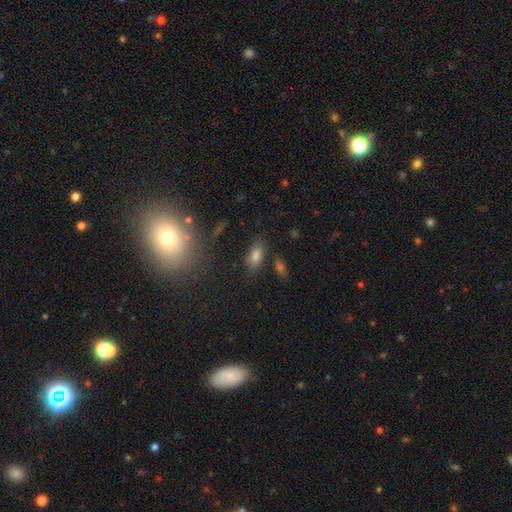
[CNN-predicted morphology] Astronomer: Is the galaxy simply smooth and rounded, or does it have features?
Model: smooth — 76%.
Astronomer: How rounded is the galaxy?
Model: in between — 88%.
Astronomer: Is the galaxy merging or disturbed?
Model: none — 77%.